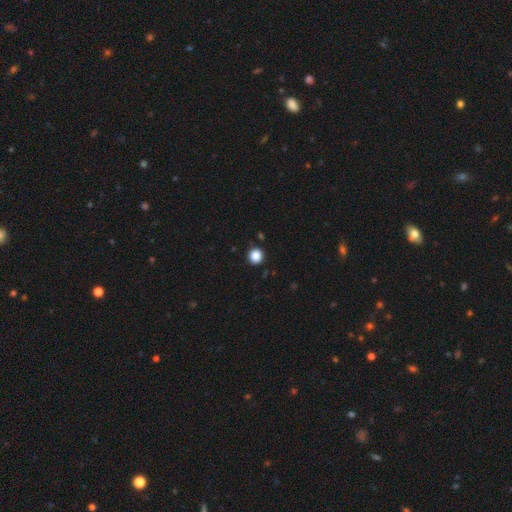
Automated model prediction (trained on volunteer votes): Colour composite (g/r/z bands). It shows a smooth galaxy with no disk features (87%) that is round (93%). Merging: none (92%).